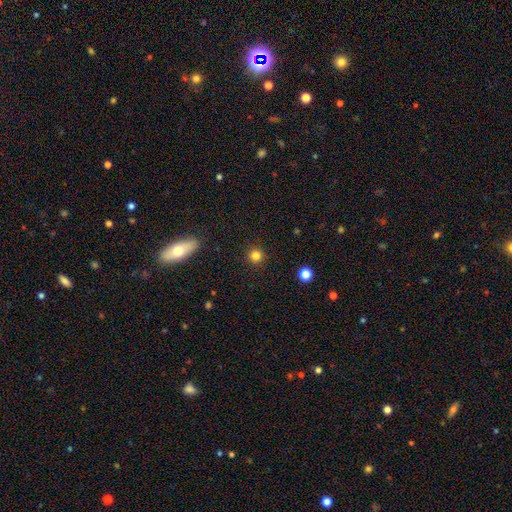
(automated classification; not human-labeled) This appears to be a smooth galaxy with no disk features (83%) that is round (95%). Merging: none (92%).